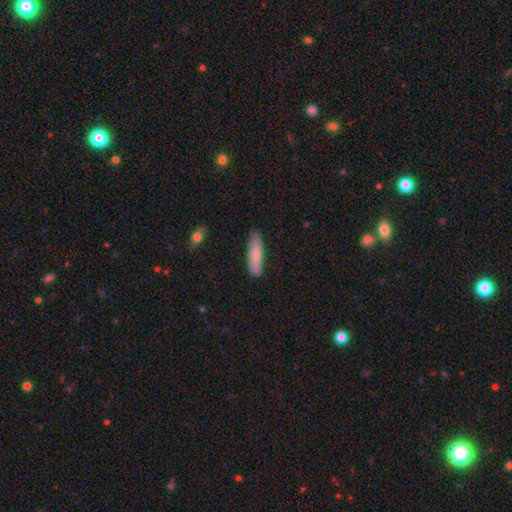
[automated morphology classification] This appears to be a smooth galaxy with no disk features (80%) that is cigar-shaped (66%). Merging: none (77%).